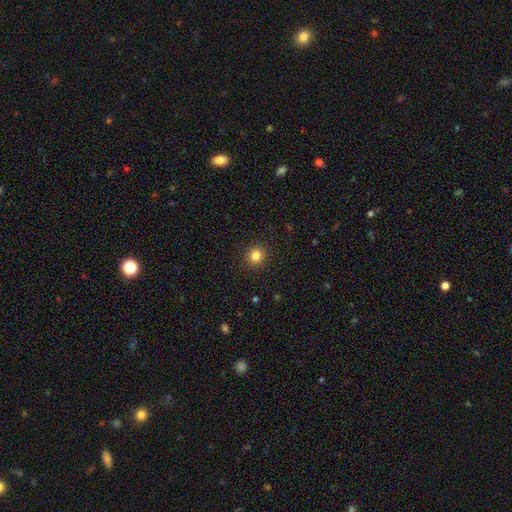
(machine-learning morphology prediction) type=smooth (83%); roundness=round (93%); merging=none (92%).